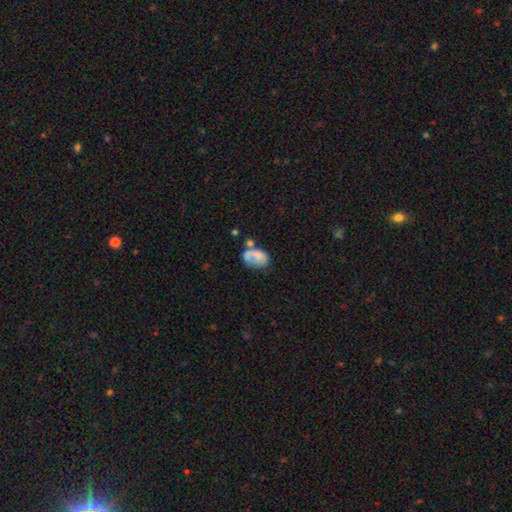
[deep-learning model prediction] Overall: smooth (61%; featured or disk 29%). How rounded: in between (81%). Merging: none (33%; merger 24%).